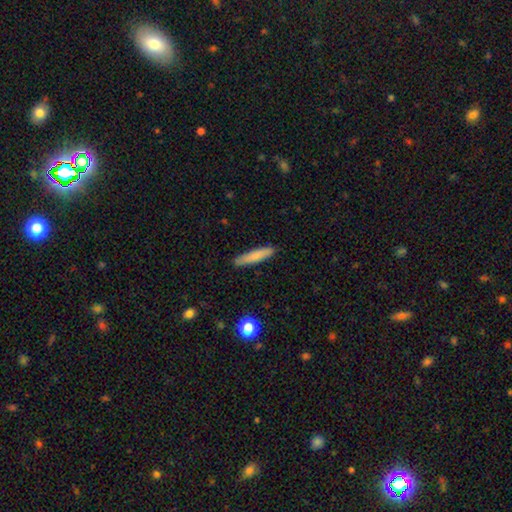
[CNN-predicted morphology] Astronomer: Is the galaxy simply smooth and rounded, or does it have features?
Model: smooth — 78%.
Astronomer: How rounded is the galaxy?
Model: cigar-shaped — 88%.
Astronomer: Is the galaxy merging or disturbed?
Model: none — 88%.